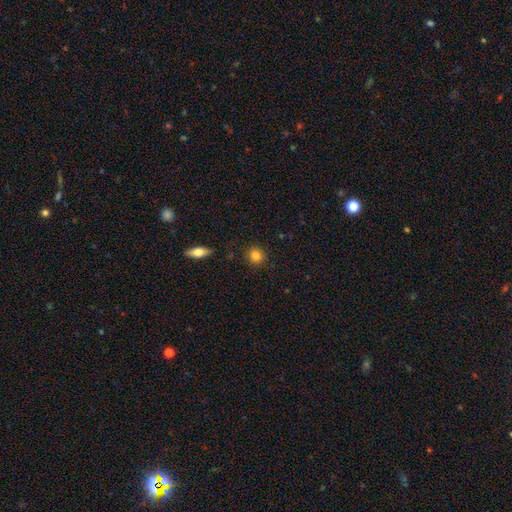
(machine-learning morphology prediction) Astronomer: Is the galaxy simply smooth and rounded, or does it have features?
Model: smooth — 84%.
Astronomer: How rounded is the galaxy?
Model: round — 87%.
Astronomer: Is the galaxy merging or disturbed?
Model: none — 89%.